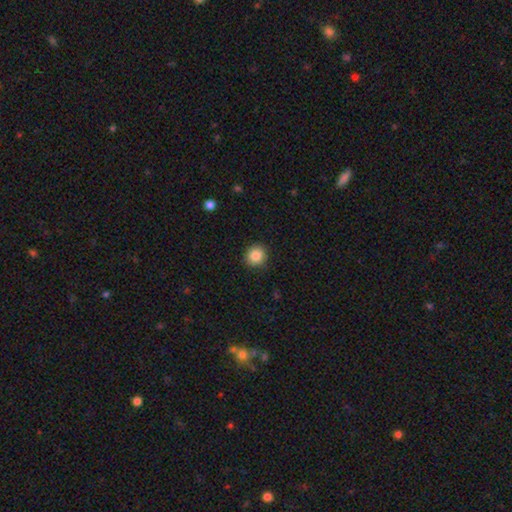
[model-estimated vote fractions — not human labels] Smooth or featured? Predicted: smooth (p=0.87). How rounded? Predicted: round (p=0.88). Merging? Predicted: none (p=0.91).